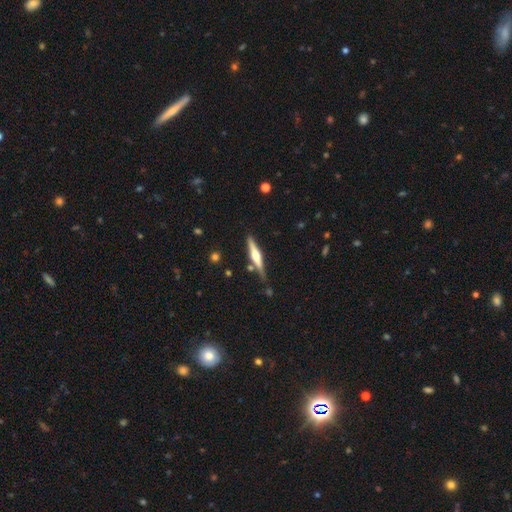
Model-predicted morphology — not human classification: Smooth or featured?
  - featured or disk: 68% *
  - smooth: 26%
  - star or artifact: 6%
Edge-on disk?
  - yes: 97% *
  - no: 3%
Edge-on bulge?
  - rounded: 84% *
  - boxy: 11%
  - none: 5%
Merging?
  - none: 82% *
  - minor disturbance: 12%
  - merger: 4%
  - major disturbance: 2%